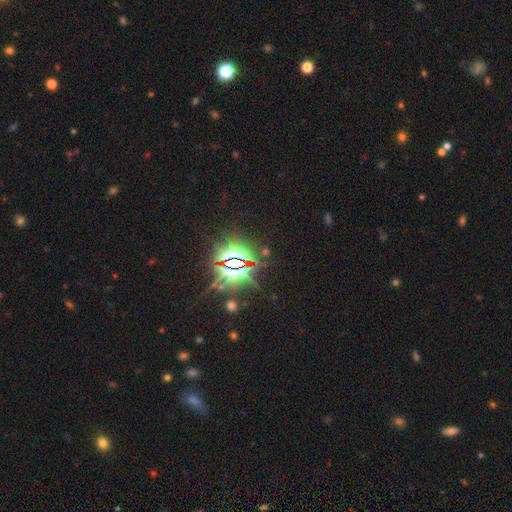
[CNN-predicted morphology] star or artifact 84%, smooth 9%, featured or disk 7%.